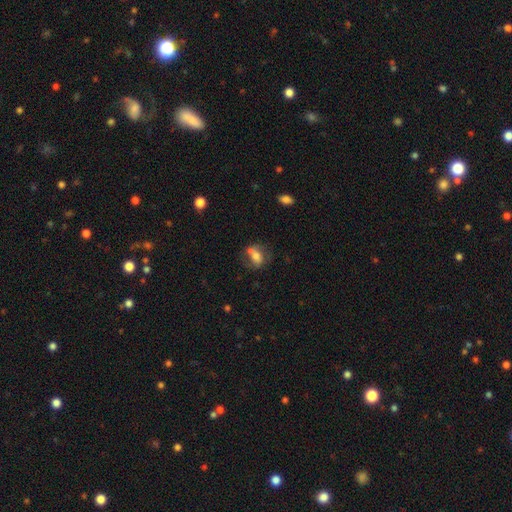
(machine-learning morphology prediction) Smooth or featured?
  - smooth: 58% *
  - featured or disk: 32%
  - star or artifact: 9%
How rounded?
  - in between: 72% *
  - round: 23%
  - cigar-shaped: 5%
Merging?
  - none: 47% *
  - minor disturbance: 21%
  - merger: 19%
  - major disturbance: 13%